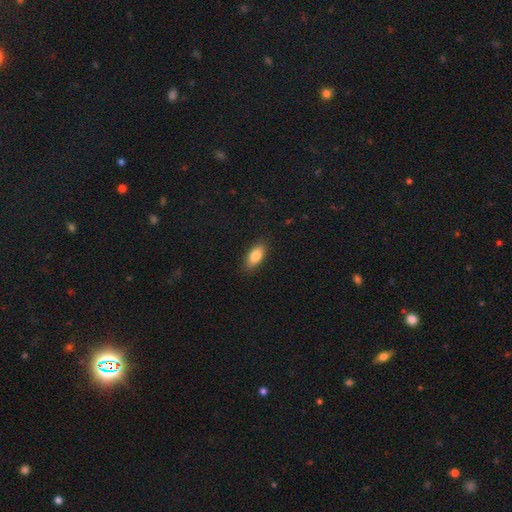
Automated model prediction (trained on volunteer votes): smooth 83%, featured or disk 10%, star or artifact 7%. Down the decision tree: how rounded — in between (86%); merging — none (86%).